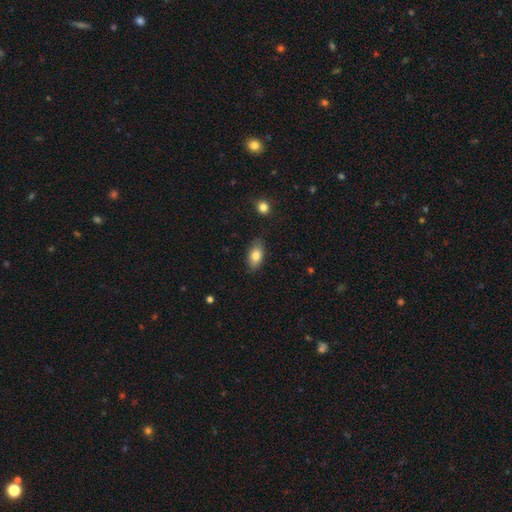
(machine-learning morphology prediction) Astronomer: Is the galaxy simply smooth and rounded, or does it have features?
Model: smooth — 81%.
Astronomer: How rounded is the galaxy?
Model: in between — 90%.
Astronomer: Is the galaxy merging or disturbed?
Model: none — 83%.